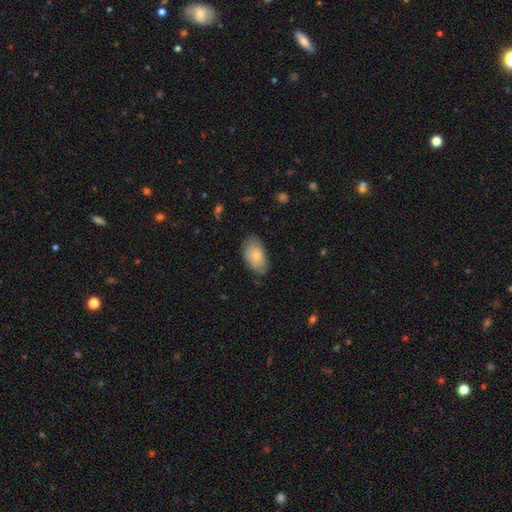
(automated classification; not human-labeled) Smooth or featured? smooth (76%)
How rounded? in between (93%)
Merging? none (72%)